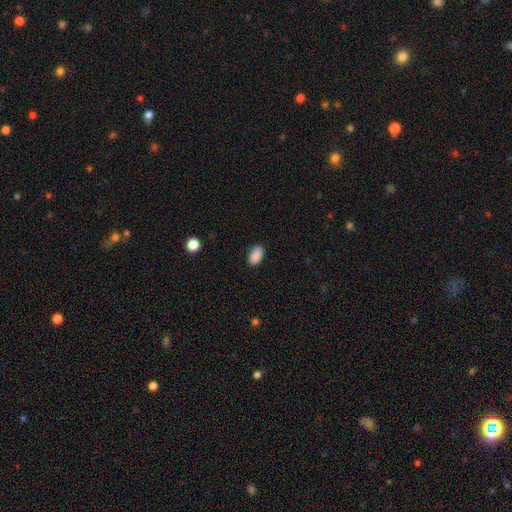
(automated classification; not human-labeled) Smooth or featured? smooth (89%)
How rounded? in between (92%)
Merging? none (86%)